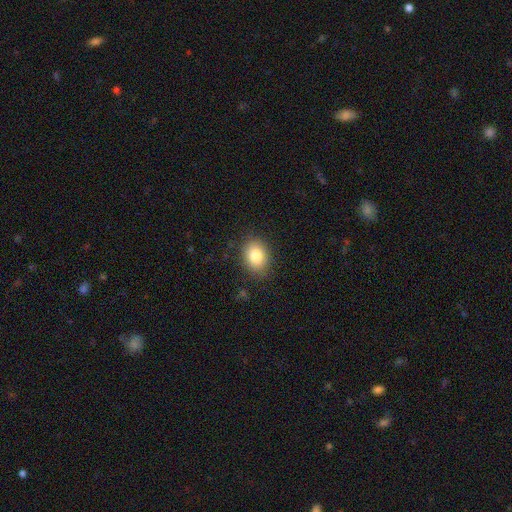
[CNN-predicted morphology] The model was most divided on "how rounded": in between: 62%, round: 37%, cigar-shaped: 1%. More confident: merging — none (84%); smooth or featured — smooth (82%).